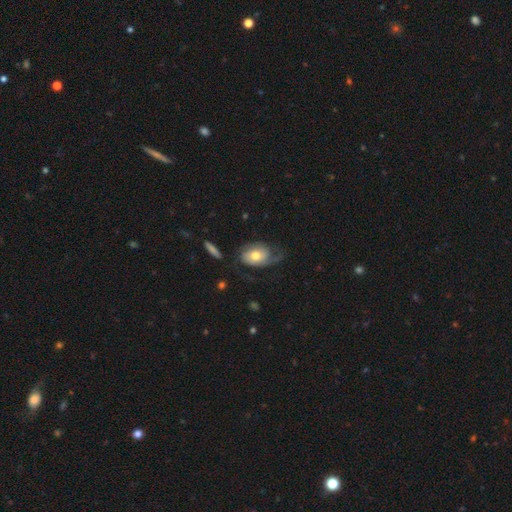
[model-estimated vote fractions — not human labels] This appears to be a featured or disk galaxy (57%) with no bar (74%), spiral arms (84%) and a moderate central bulge (70%). Merging: none (44%).